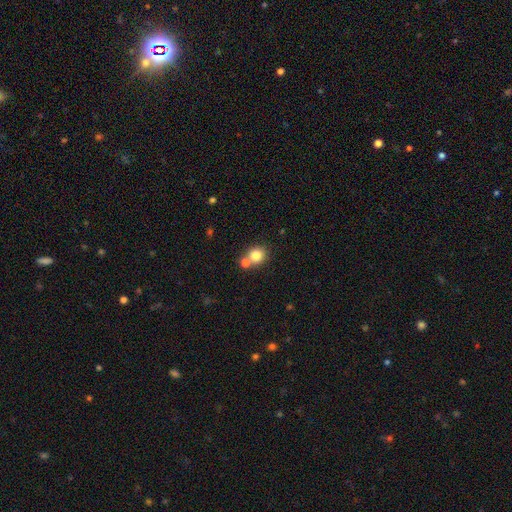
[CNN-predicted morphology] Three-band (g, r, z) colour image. It shows a smooth galaxy with no disk features (81%) that is round (83%). Merging: none (57%).